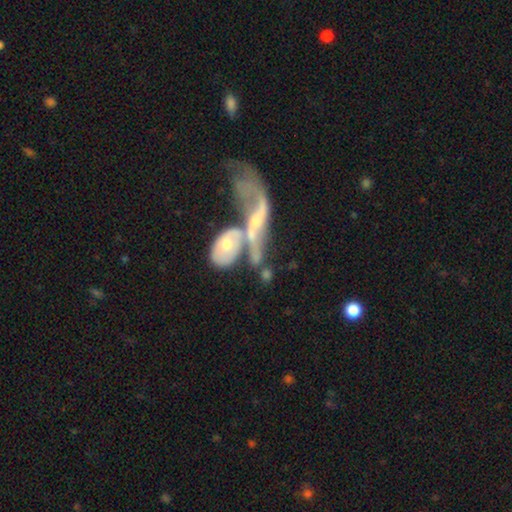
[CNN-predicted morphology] Smooth or featured? featured or disk (54%)
Edge-on disk? no (81%)
Merging? merger (66%)